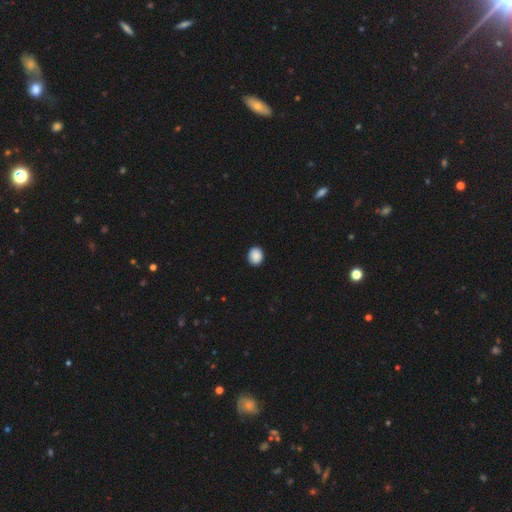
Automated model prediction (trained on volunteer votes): Smooth or featured: smooth — 89% (star or artifact — 8%)
How rounded: round — 66% (in between — 33%)
Merging: none — 90% (minor disturbance — 7%)